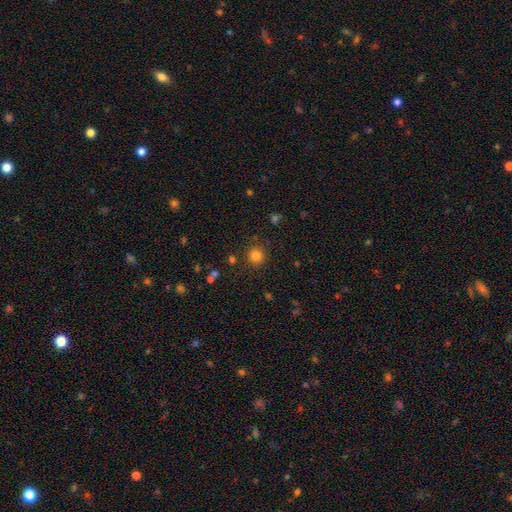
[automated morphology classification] Smooth or featured: smooth — 81% (star or artifact — 14%)
How rounded: round — 92% (in between — 7%)
Merging: none — 88% (minor disturbance — 7%)